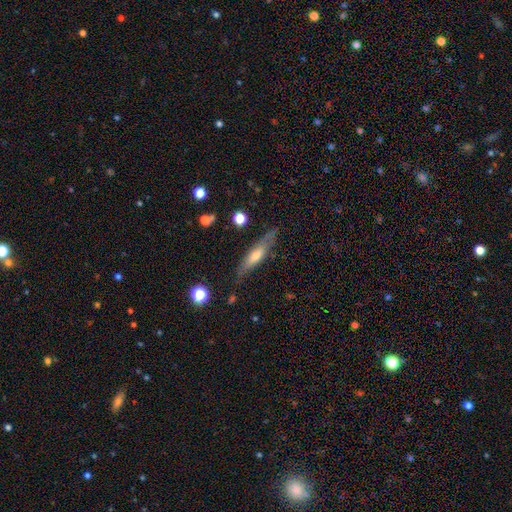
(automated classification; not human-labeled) Smooth or featured: featured or disk — 49% (smooth — 44%)
Merging: none — 79% (minor disturbance — 16%)